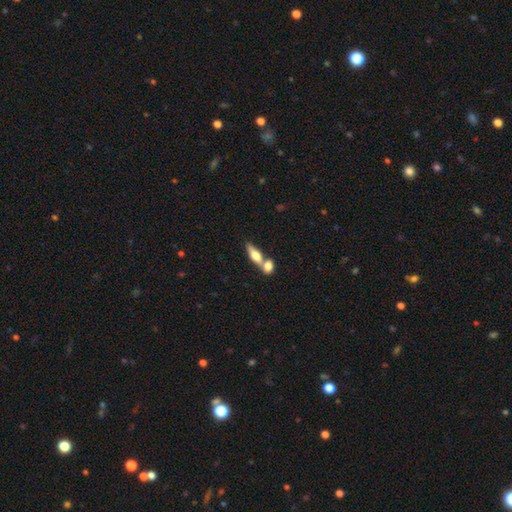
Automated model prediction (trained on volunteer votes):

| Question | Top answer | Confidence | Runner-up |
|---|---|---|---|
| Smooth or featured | smooth | 57% | featured or disk (36%) |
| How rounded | in between | 60% | cigar-shaped (34%) |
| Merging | merger | 56% | none (33%) |